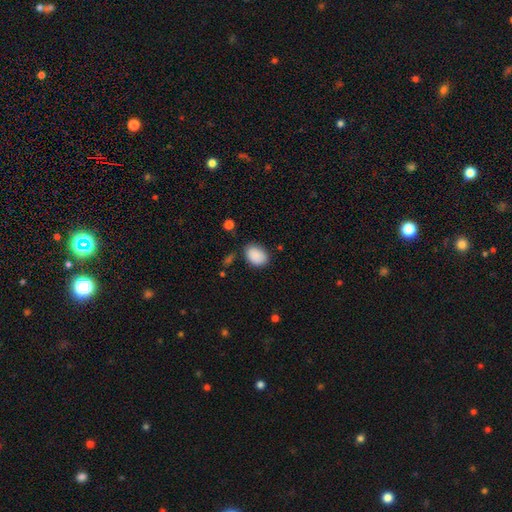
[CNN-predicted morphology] smooth_or_featured: smooth (p=0.89) [alt: star or artifact p=0.07]
how_rounded: in between (p=0.81) [alt: round p=0.18]
merging: none (p=0.77) [alt: minor disturbance p=0.17]